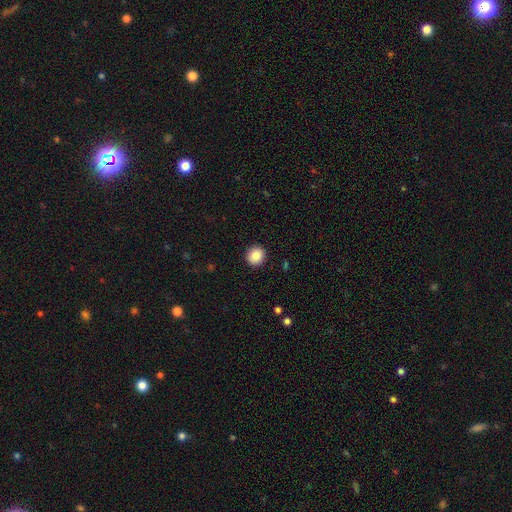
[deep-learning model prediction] Smooth or featured? smooth (88%)
How rounded? round (89%)
Merging? none (92%)